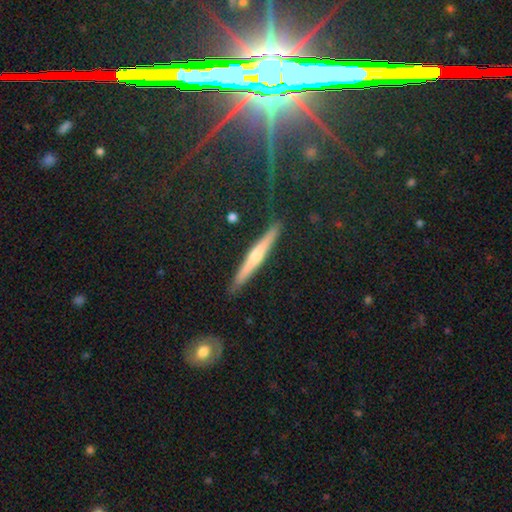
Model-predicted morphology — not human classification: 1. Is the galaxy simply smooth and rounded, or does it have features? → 59% featured or disk, 25% smooth, 16% star or artifact.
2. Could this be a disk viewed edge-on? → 96% yes, 4% no.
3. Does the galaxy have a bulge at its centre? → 74% rounded, 20% none, 7% boxy.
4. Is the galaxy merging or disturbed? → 88% none, 9% minor disturbance, 2% major disturbance, 2% merger.